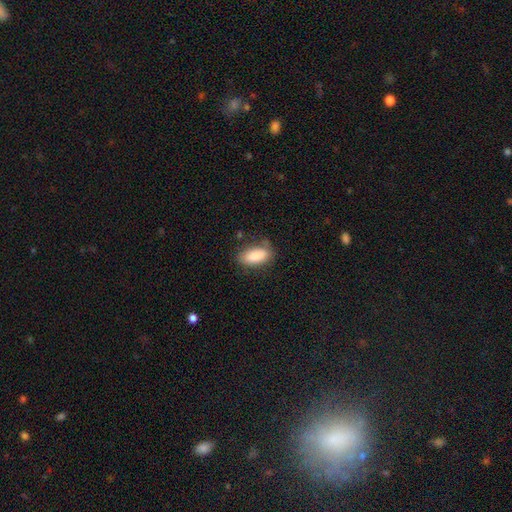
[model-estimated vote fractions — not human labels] This appears to be a smooth galaxy with no disk features (87%) that is in between round and cigar-shaped (89%). Merging: none (72%).